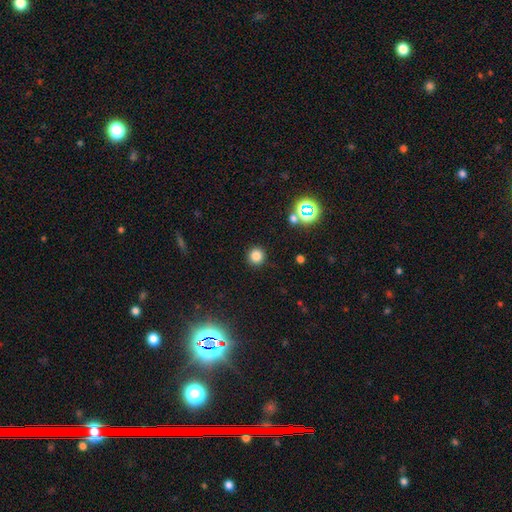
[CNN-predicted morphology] The model was most divided on "smooth or featured": smooth: 80%, star or artifact: 16%, featured or disk: 5%. More confident: how rounded — round (94%); merging — none (90%).